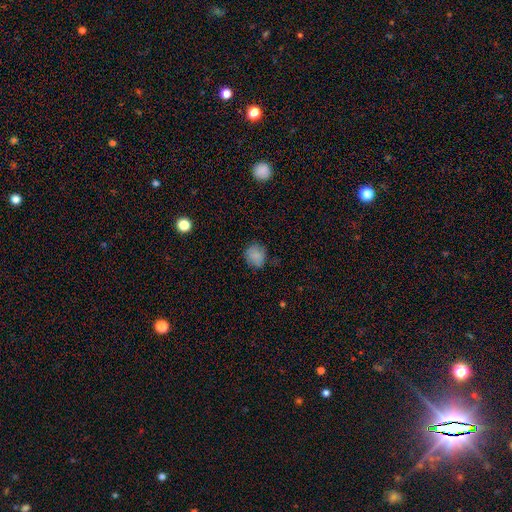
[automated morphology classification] Overall: smooth (83%). How rounded: round (77%). Merging: none (77%).